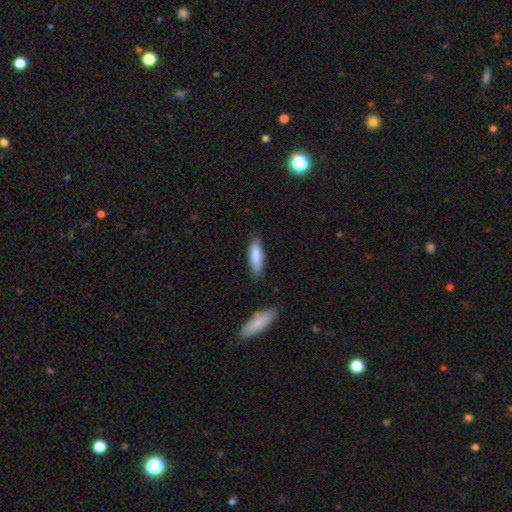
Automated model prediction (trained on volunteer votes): The model was most divided on "how rounded": cigar-shaped: 63%, in between: 36%, round: 1%. More confident: smooth or featured — smooth (84%); merging — none (81%).